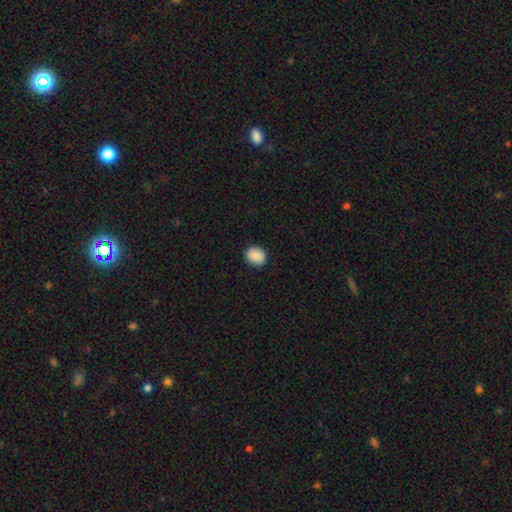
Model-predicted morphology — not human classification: Smooth or featured?
  - smooth: 90% *
  - star or artifact: 8%
  - featured or disk: 3%
How rounded?
  - round: 59% *
  - in between: 40%
  - cigar-shaped: 1%
Merging?
  - none: 90% *
  - minor disturbance: 8%
  - major disturbance: 2%
  - merger: 1%